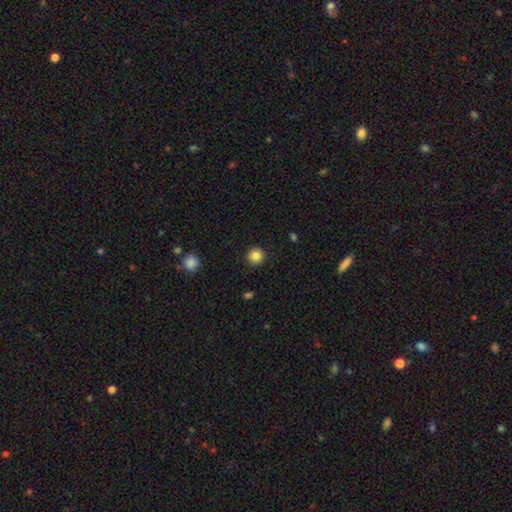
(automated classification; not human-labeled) smooth 86%, star or artifact 10%, featured or disk 4%. Down the decision tree: how rounded — round (95%); merging — none (91%).